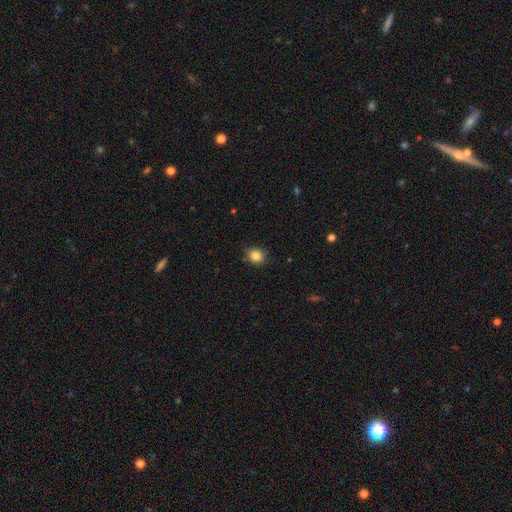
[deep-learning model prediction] smooth 86%, star or artifact 10%, featured or disk 4%. Down the decision tree: how rounded — round (75%); merging — none (83%).